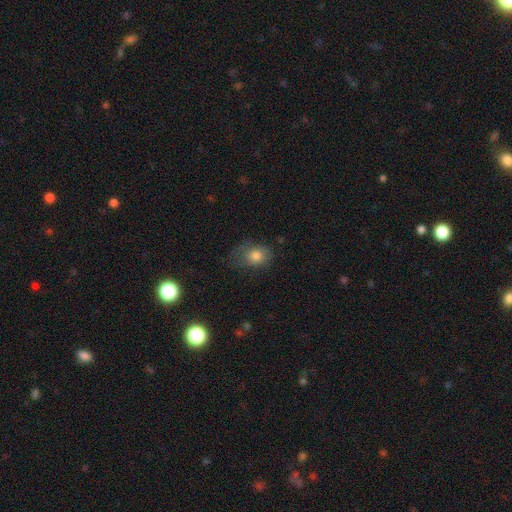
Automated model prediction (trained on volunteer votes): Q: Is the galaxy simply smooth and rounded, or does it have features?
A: smooth — 77%.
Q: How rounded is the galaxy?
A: in between — 62%.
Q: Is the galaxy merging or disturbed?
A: none — 48%.